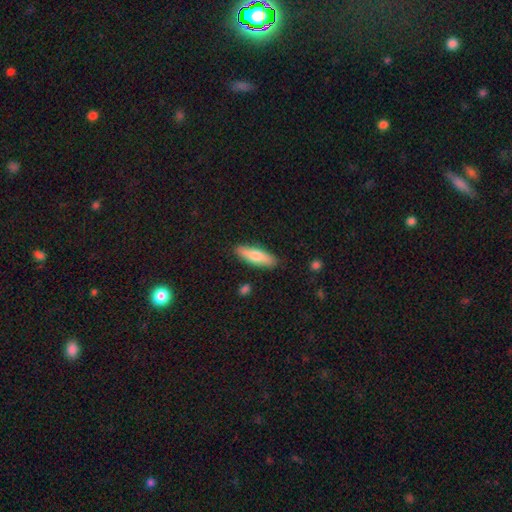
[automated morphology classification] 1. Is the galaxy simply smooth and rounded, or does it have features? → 73% smooth, 22% featured or disk, 6% star or artifact.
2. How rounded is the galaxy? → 60% cigar-shaped, 38% in between, 2% round.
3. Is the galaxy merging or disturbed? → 87% none, 10% minor disturbance, 2% major disturbance, 2% merger.